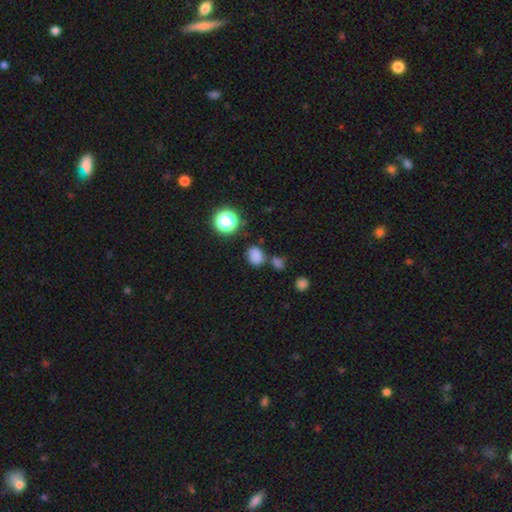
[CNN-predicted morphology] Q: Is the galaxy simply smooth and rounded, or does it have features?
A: smooth — 79%.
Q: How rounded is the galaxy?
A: in between — 59%.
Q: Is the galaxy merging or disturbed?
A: none — 69%.